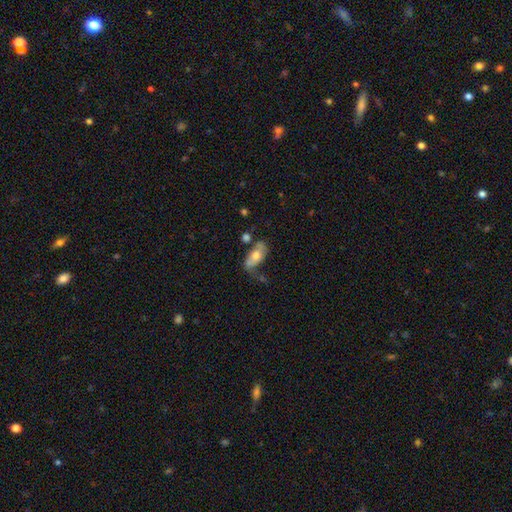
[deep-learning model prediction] smooth 57%, featured or disk 36%, star or artifact 7%. Down the decision tree: how rounded — in between (88%); merging — none (44%).